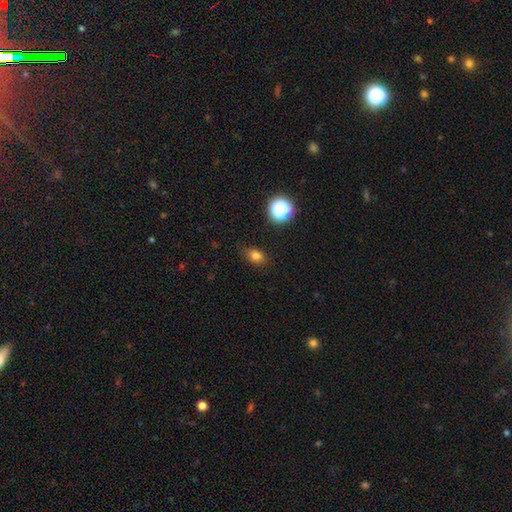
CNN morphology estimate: Smooth or featured? smooth (78%)
How rounded? in between (68%)
Merging? none (80%)